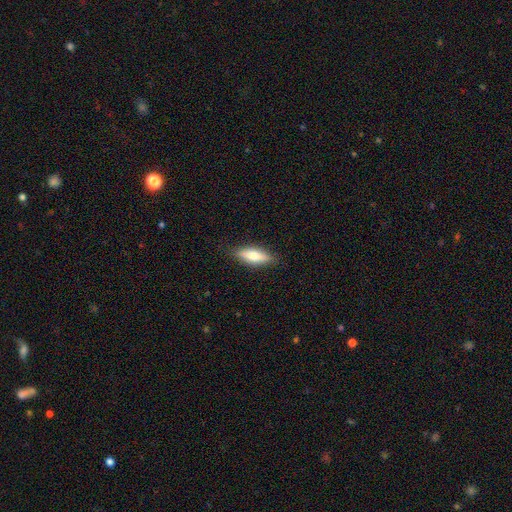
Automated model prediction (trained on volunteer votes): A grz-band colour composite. It shows a smooth galaxy with no disk features (67%) that is in between round and cigar-shaped (57%). Merging: none (86%).